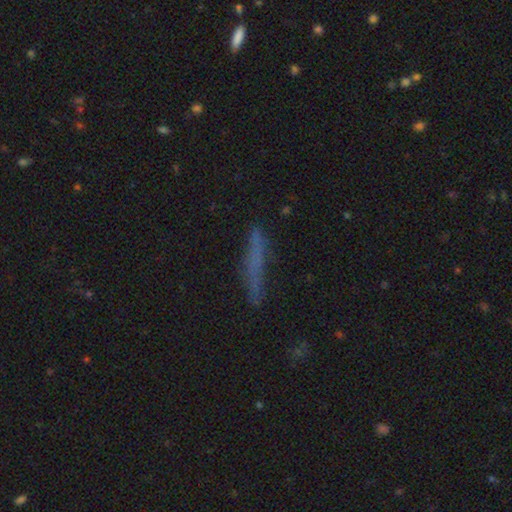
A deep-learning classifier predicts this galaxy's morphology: Overall: smooth (56%; featured or disk 31%). How rounded: cigar-shaped (93%). Merging: none (77%).